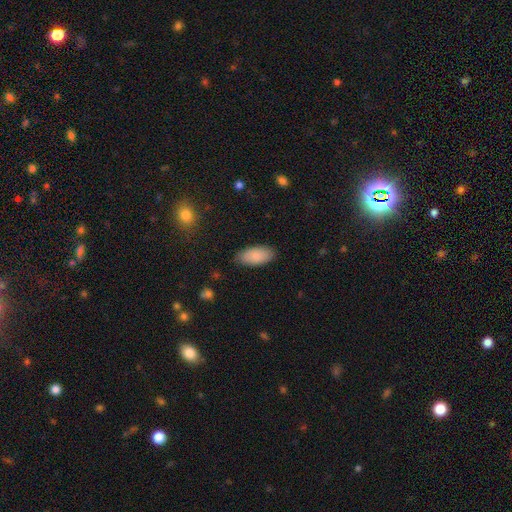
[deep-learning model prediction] Overall: smooth (85%). How rounded: in between (92%). Merging: none (86%).